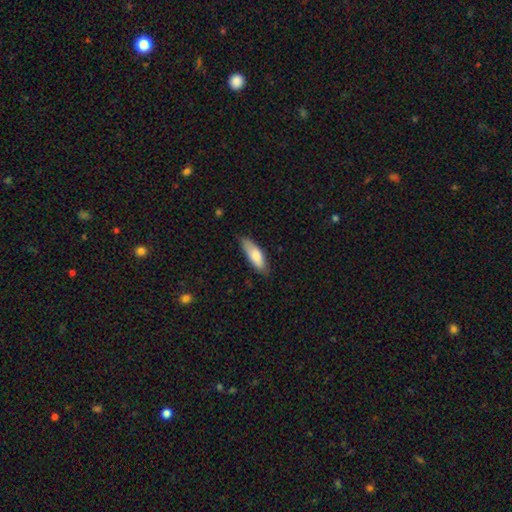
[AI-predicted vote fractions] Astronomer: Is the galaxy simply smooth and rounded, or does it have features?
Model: smooth — 78%.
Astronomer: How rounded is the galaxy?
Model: in between — 61% (runner-up: cigar-shaped, 37%).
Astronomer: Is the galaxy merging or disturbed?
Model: none — 77%.